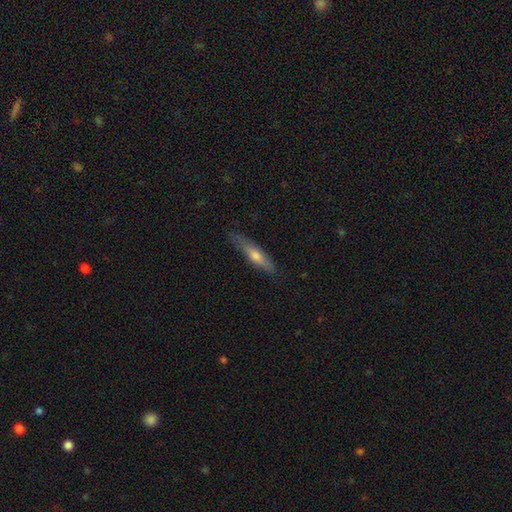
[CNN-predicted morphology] A smooth galaxy with no disk features (53%) that is cigar-shaped (84%). Merging: none (78%).